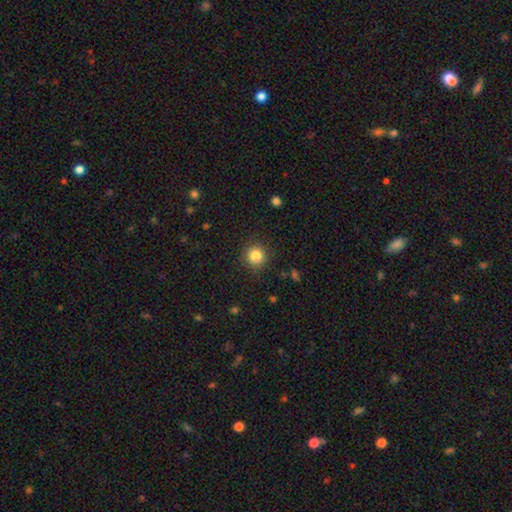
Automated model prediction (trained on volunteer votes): Q: Smooth or featured?
A: smooth (84%); runner-up: star or artifact (11%)
Q: How rounded?
A: round (94%); runner-up: in between (5%)
Q: Merging?
A: none (91%); runner-up: minor disturbance (6%)